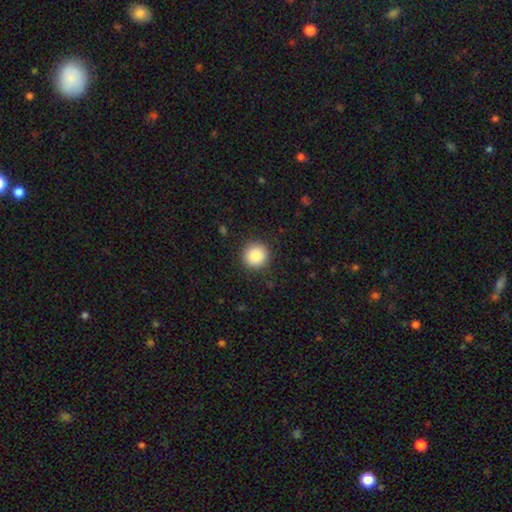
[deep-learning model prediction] Q: Smooth or featured?
A: smooth (87%); runner-up: star or artifact (8%)
Q: How rounded?
A: round (95%); runner-up: in between (5%)
Q: Merging?
A: none (91%); runner-up: minor disturbance (6%)